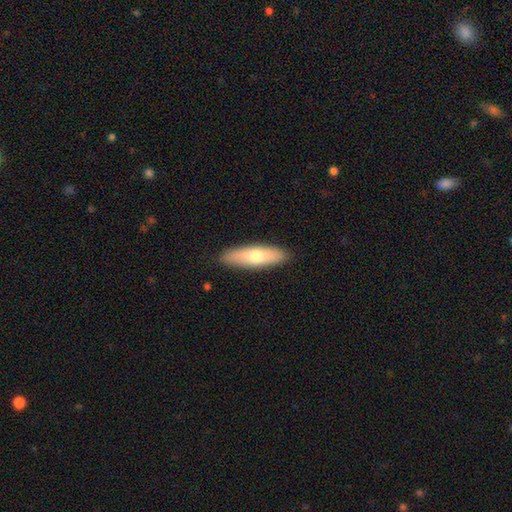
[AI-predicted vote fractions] Smooth or featured: smooth — 66% (featured or disk — 28%)
How rounded: cigar-shaped — 59% (in between — 39%)
Merging: none — 89% (minor disturbance — 8%)